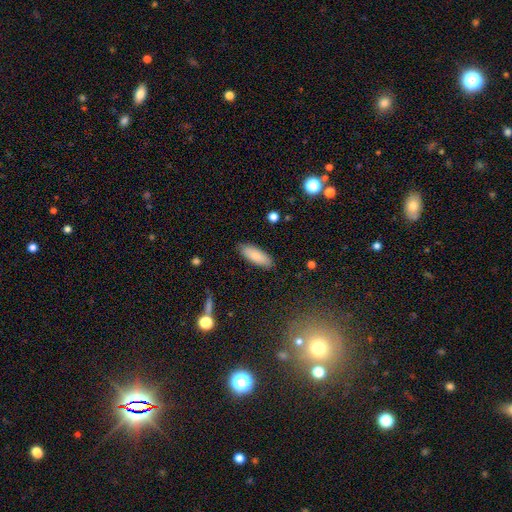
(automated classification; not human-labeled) This appears to be a smooth galaxy with no disk features (85%) that is in between round and cigar-shaped (71%). Merging: none (87%).